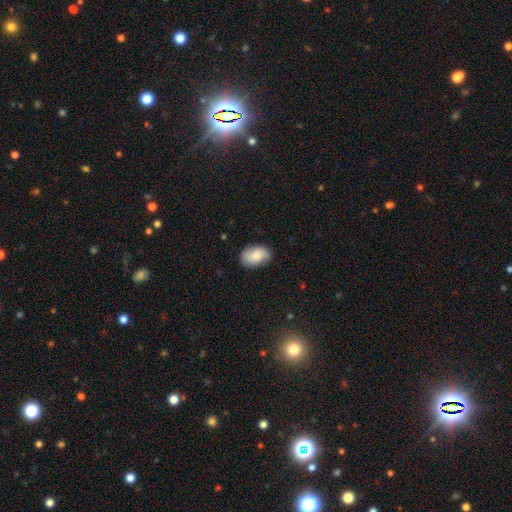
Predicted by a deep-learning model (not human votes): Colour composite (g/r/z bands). It shows a smooth galaxy with no disk features (72%) that is in between round and cigar-shaped (87%). Merging: none (77%).